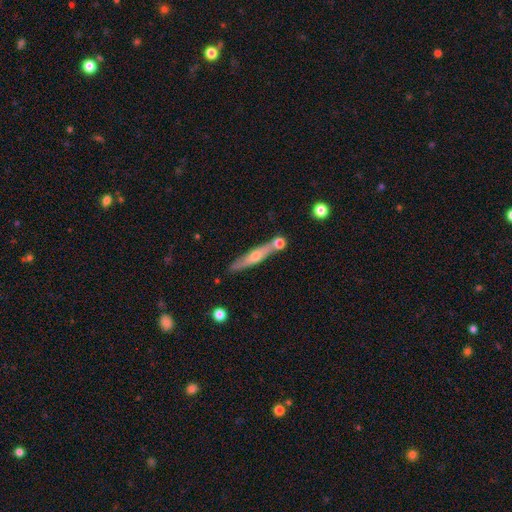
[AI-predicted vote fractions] A featured or disk galaxy (58%) viewed edge-on (91%) with a rounded central bulge (82%). Merging: none (73%).